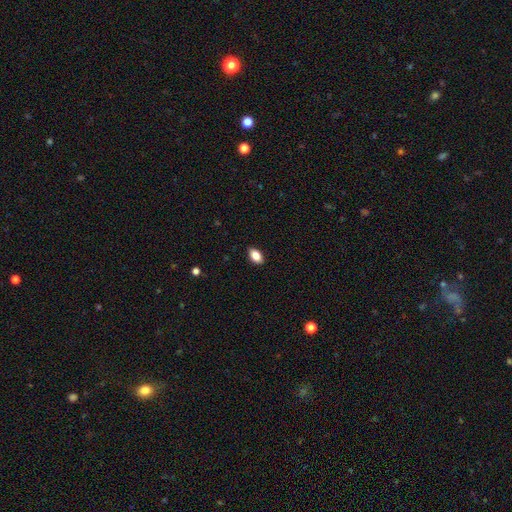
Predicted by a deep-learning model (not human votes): Q: Smooth or featured?
A: smooth (86%); runner-up: star or artifact (8%)
Q: How rounded?
A: in between (91%); runner-up: round (7%)
Q: Merging?
A: none (89%); runner-up: minor disturbance (8%)